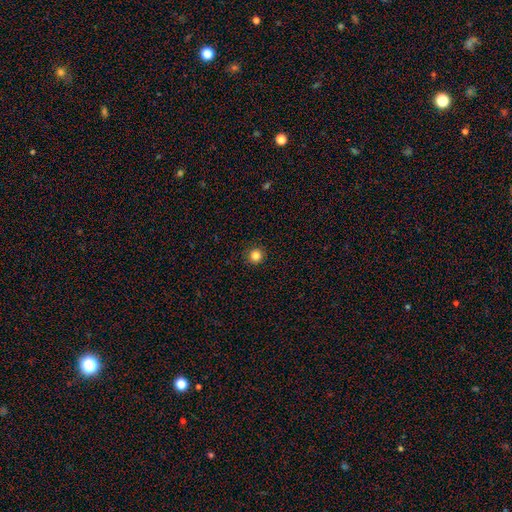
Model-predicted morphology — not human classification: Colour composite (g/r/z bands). It shows a smooth galaxy with no disk features (84%) that is round (95%). Merging: none (93%).